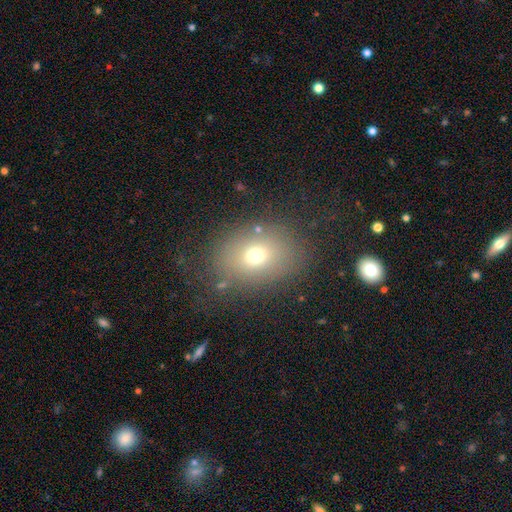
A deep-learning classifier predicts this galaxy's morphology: A smooth galaxy with no disk features (68%) that is in between round and cigar-shaped (64%).

Vote fractions:
- Smooth or featured? smooth: 68% / featured or disk: 17% / star or artifact: 15%
- How rounded? in between: 64% / round: 35% / cigar-shaped: 1%
- Merging? none: 75% / minor disturbance: 15% / major disturbance: 8% / merger: 3%